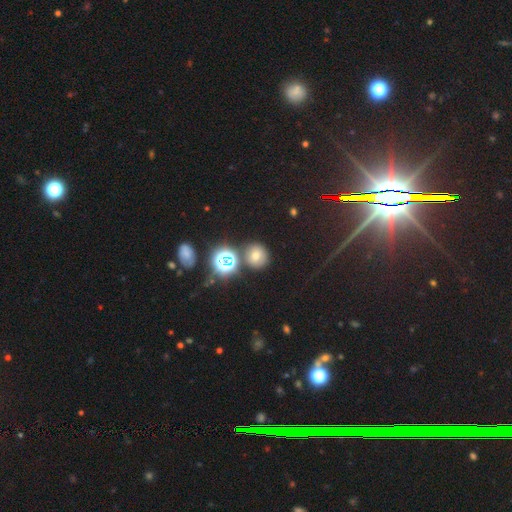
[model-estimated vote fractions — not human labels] Overall: smooth (60%; star or artifact 29%). How rounded: round (88%). Merging: none (80%).